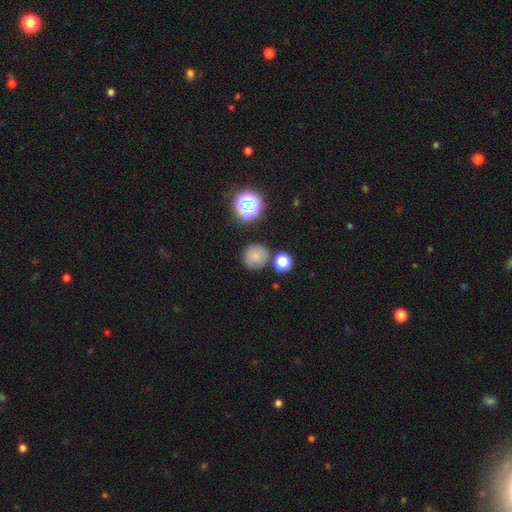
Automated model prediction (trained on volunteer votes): Smooth or featured: smooth — 74% (star or artifact — 16%)
How rounded: round — 89% (in between — 10%)
Merging: none — 77% (minor disturbance — 12%)